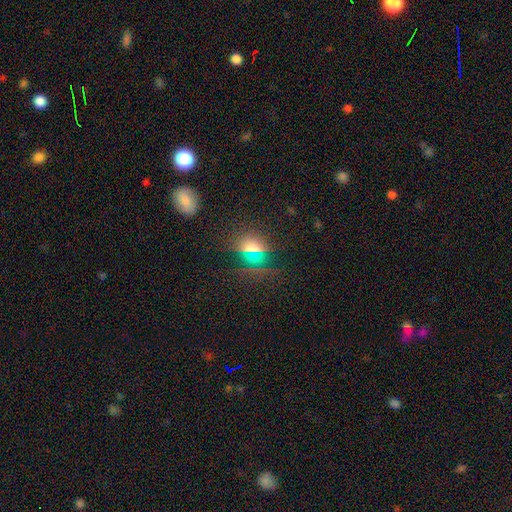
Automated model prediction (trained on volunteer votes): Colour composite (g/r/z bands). It shows a smooth galaxy with no disk features (56%) that is round (63%). Merging: none (80%).